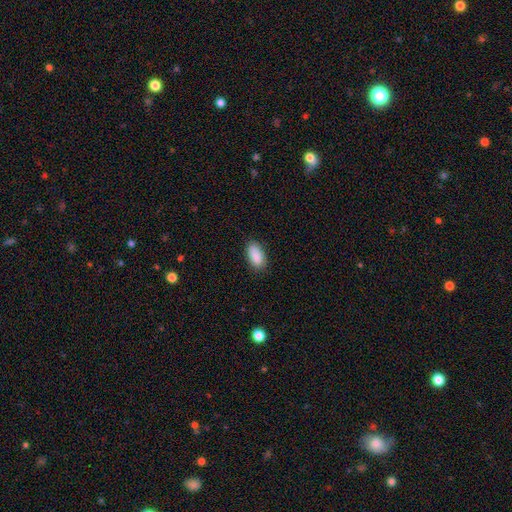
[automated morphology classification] A smooth galaxy with no disk features (90%) that is in between round and cigar-shaped (92%).

Vote fractions:
- Smooth or featured? smooth: 90% / star or artifact: 6% / featured or disk: 4%
- How rounded? in between: 92% / cigar-shaped: 5% / round: 3%
- Merging? none: 83% / minor disturbance: 13% / major disturbance: 3% / merger: 1%